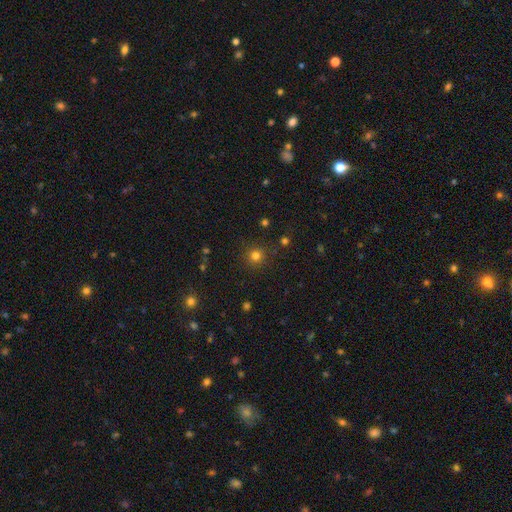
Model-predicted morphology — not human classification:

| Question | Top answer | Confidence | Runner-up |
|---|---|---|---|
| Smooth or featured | smooth | 78% | star or artifact (17%) |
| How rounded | round | 94% | in between (5%) |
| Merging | none | 89% | minor disturbance (7%) |